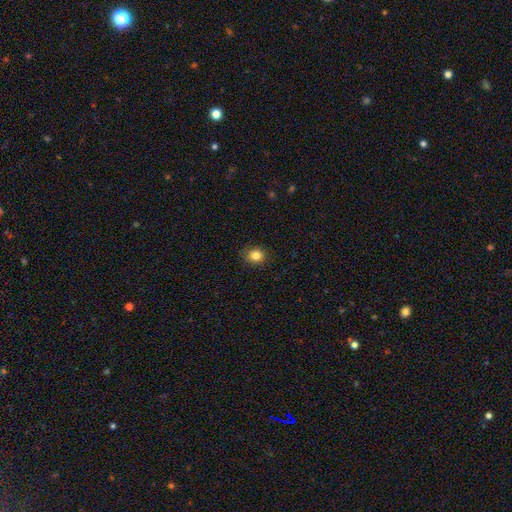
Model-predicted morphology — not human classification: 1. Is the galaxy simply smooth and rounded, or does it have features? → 84% smooth, 11% star or artifact, 5% featured or disk.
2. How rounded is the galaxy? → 74% round, 25% in between, 1% cigar-shaped.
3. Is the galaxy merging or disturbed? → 88% none, 9% minor disturbance, 2% major disturbance, 1% merger.